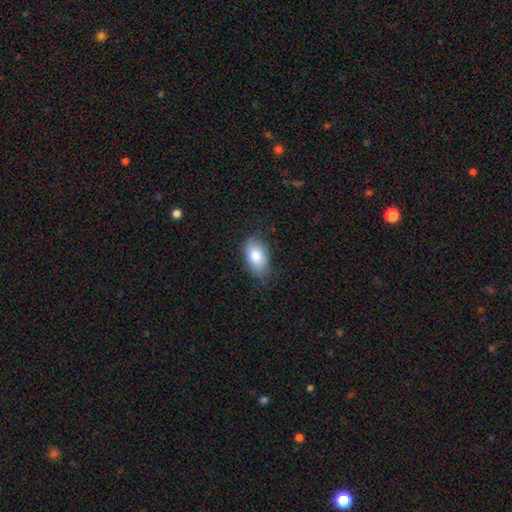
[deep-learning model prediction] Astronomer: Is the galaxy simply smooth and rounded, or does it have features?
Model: smooth — 81%.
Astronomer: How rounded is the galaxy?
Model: in between — 91%.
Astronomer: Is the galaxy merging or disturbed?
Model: none — 75%.